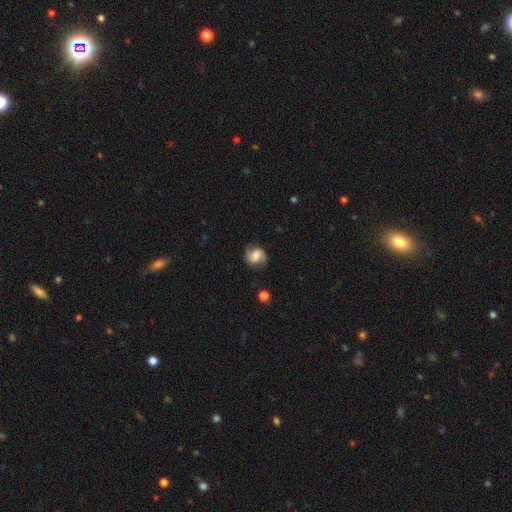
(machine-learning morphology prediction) Q: Smooth or featured?
A: featured or disk (52%); runner-up: smooth (39%)
Q: Edge-on disk?
A: no (97%); runner-up: yes (3%)
Q: Bar?
A: no (45%); runner-up: weak (42%)
Q: Spiral arms?
A: yes (91%); runner-up: no (9%)
Q: Bulge size?
A: moderate (37%); runner-up: small (24%)
Q: Merging?
A: none (77%); runner-up: minor disturbance (16%)